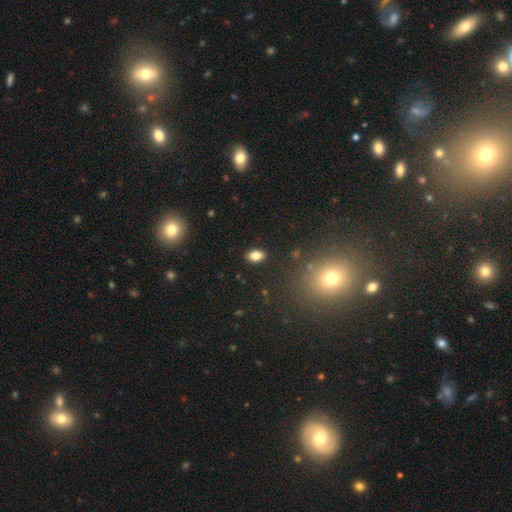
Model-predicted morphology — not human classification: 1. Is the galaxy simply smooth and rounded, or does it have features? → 81% smooth, 10% star or artifact, 9% featured or disk.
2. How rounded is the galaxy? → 88% in between, 10% round, 2% cigar-shaped.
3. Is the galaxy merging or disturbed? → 88% none, 8% minor disturbance, 2% major disturbance, 1% merger.